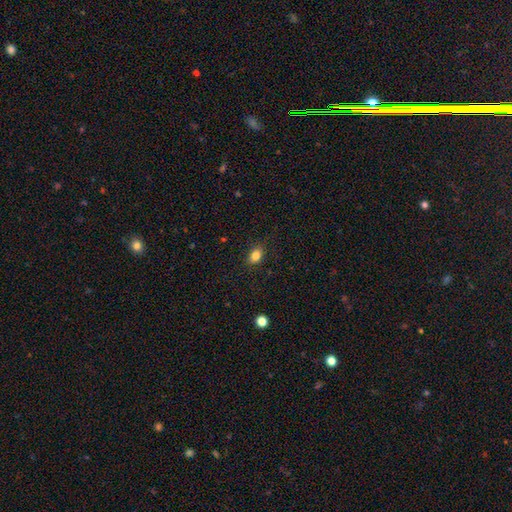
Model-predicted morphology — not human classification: Smooth or featured? smooth (83%)
How rounded? in between (72%)
Merging? none (85%)